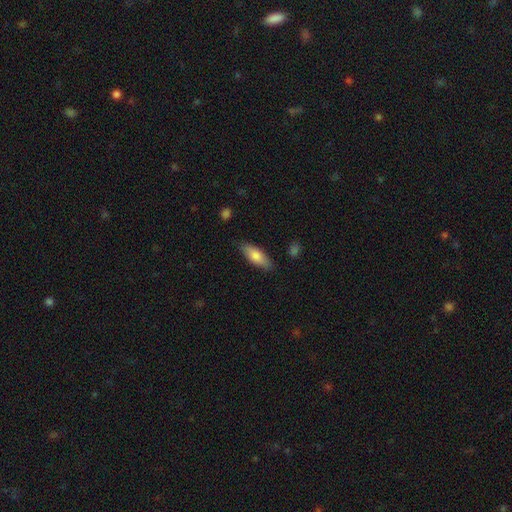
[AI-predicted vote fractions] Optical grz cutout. It shows a smooth galaxy with no disk features (76%) that is in between round and cigar-shaped (63%). Merging: none (85%).